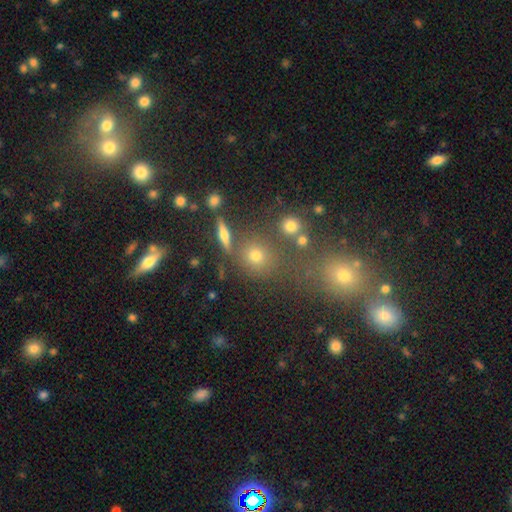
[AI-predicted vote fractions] The model was most divided on "smooth or featured": smooth: 60%, star or artifact: 24%, featured or disk: 16%. More confident: how rounded — round (78%); merging — none (73%).